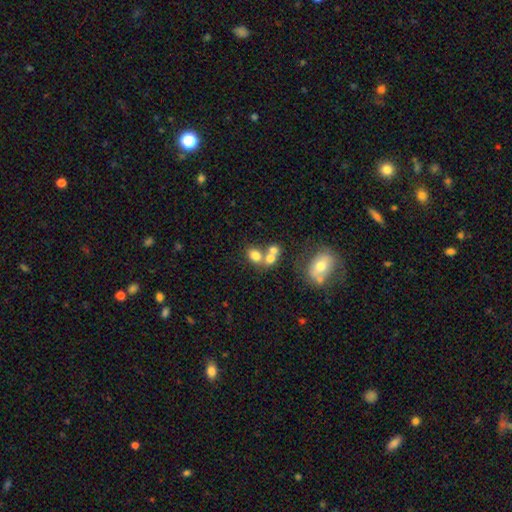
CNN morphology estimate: Overall: smooth (73%). How rounded: in between (52%; round 47%). Merging: merger (51%; none 35%).